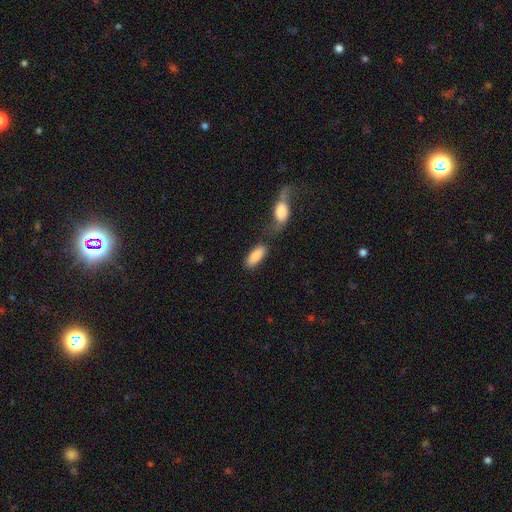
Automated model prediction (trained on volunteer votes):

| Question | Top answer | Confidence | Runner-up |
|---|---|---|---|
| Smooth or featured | smooth | 87% | featured or disk (8%) |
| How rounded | in between | 81% | cigar-shaped (17%) |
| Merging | none | 57% | merger (23%) |